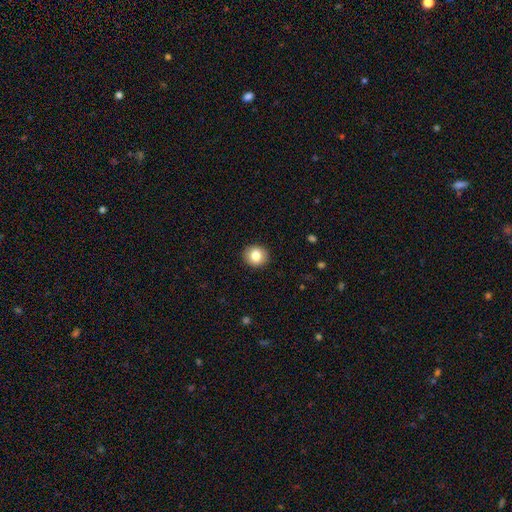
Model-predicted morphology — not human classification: smooth 82%, star or artifact 9%, featured or disk 9%. Down the decision tree: how rounded — round (87%); merging — none (92%).